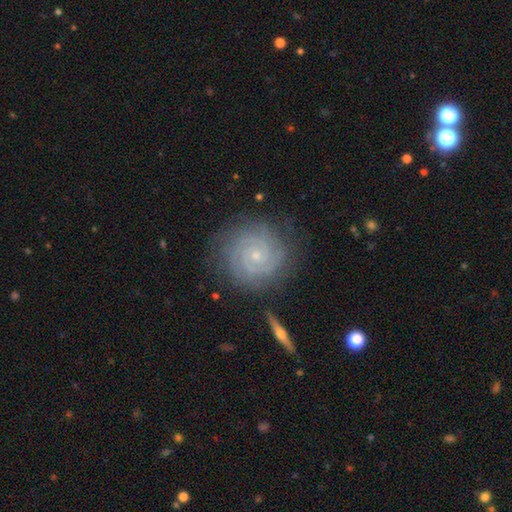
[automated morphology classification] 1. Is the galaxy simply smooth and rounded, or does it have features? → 88% featured or disk, 6% star or artifact, 6% smooth.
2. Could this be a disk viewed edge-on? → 97% no, 3% yes.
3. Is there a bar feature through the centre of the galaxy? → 74% no, 20% weak, 6% strong.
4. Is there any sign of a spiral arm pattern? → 98% yes, 2% no.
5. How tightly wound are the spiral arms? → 84% tight, 13% medium, 2% loose.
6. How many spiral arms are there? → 46% 2, 21% 3, 13% can't tell, 10% 4, 5% more than 4, 5% 1.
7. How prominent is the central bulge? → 81% small, 14% moderate, 2% none, 1% large, 1% dominant.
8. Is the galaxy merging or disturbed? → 82% none, 13% minor disturbance, 4% major disturbance, 2% merger.